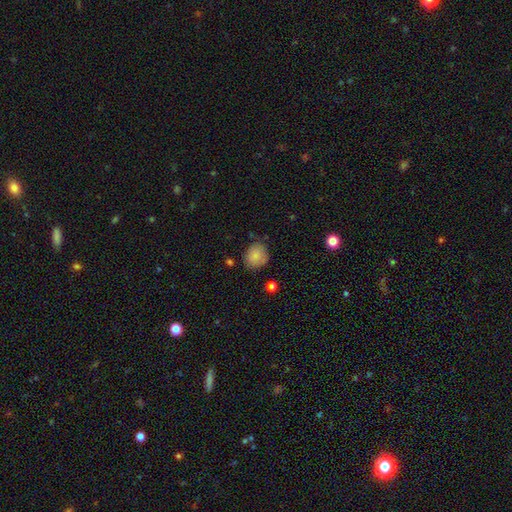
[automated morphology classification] This appears to be a smooth galaxy with no disk features (84%) that is round (69%). Merging: none (73%).